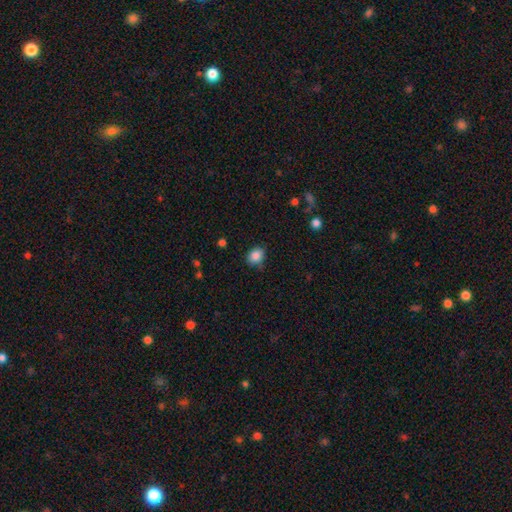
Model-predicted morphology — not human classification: Smooth or featured? Predicted: smooth (p=0.86). How rounded? Predicted: round (p=0.51). Merging? Predicted: none (p=0.76).